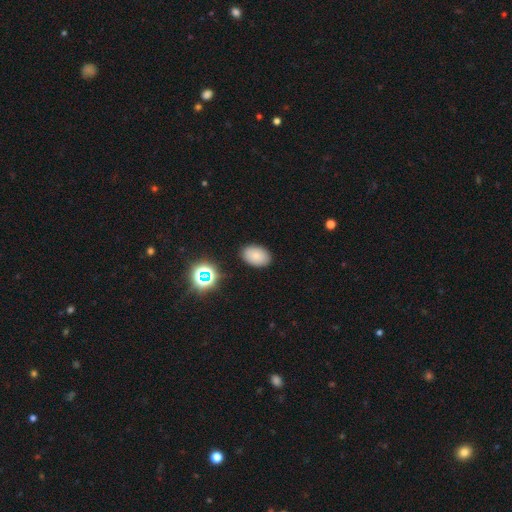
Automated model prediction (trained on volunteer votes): smooth_or_featured: smooth (p=0.79) [alt: star or artifact p=0.13]
how_rounded: in between (p=0.86) [alt: round p=0.13]
merging: none (p=0.88) [alt: minor disturbance p=0.09]